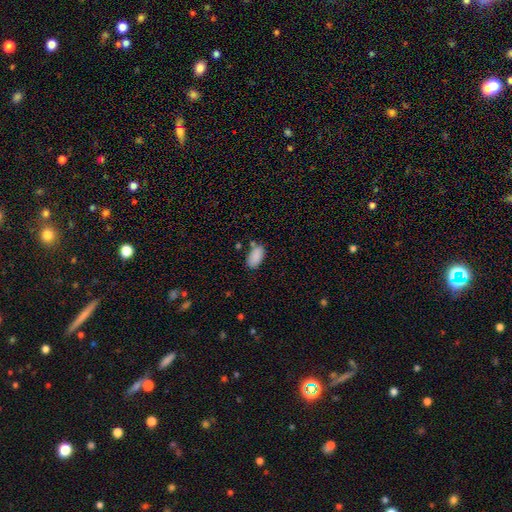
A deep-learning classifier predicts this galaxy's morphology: Smooth or featured? smooth (88%)
How rounded? in between (93%)
Merging? none (72%)